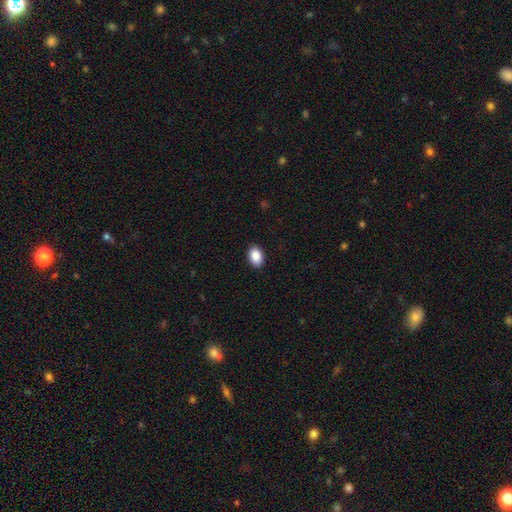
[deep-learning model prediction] smooth 88%, star or artifact 7%, featured or disk 5%. Down the decision tree: how rounded — in between (87%); merging — none (90%).